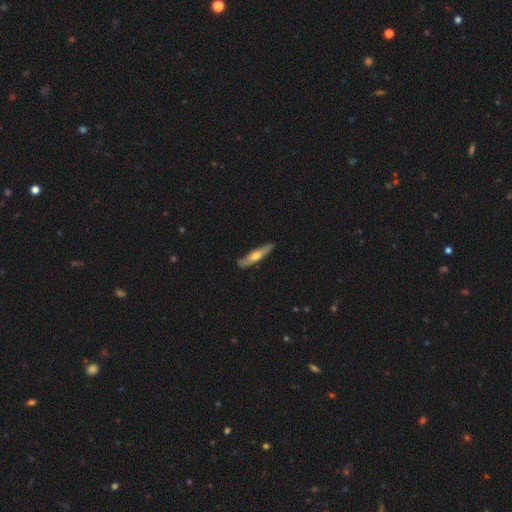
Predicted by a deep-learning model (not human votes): This is possibly a featured or disk galaxy (47%, tied with smooth). Merging: clearly none (87%).